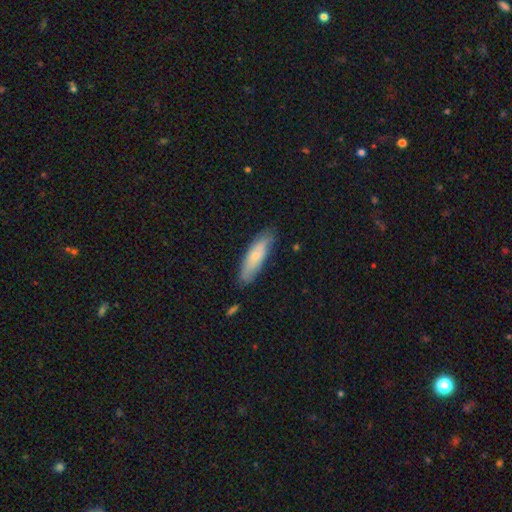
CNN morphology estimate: Smooth or featured? smooth (70%)
How rounded? cigar-shaped (57%)
Merging? none (79%)